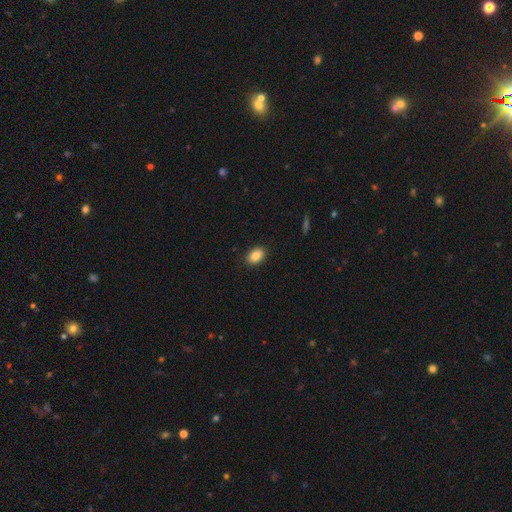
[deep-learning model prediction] Overall: smooth (88%). How rounded: in between (86%). Merging: none (89%).